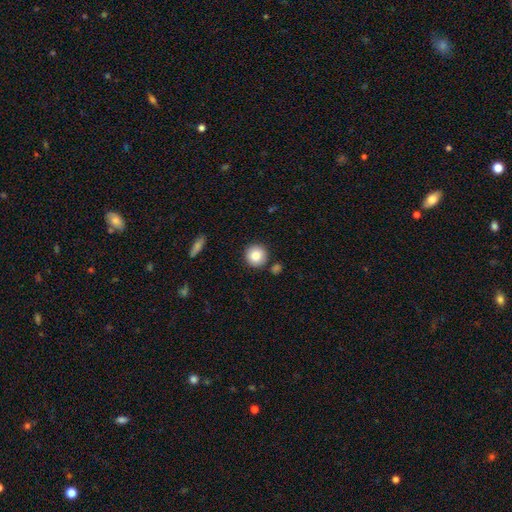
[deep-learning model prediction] Smooth or featured? smooth (85%)
How rounded? round (93%)
Merging? none (85%)